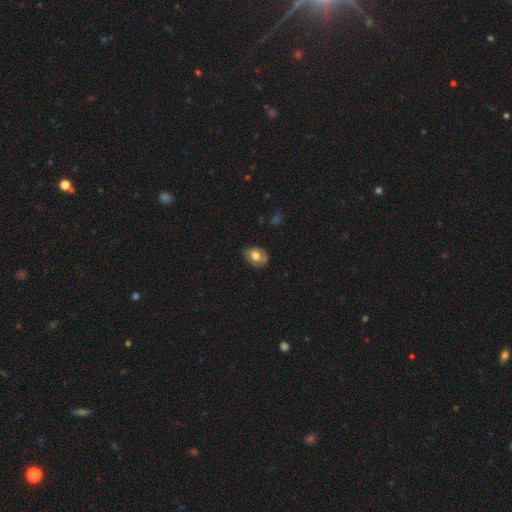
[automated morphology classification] Smooth or featured? Predicted: smooth (p=0.56). How rounded? Predicted: in between (p=0.69). Merging? Predicted: none (p=0.68).